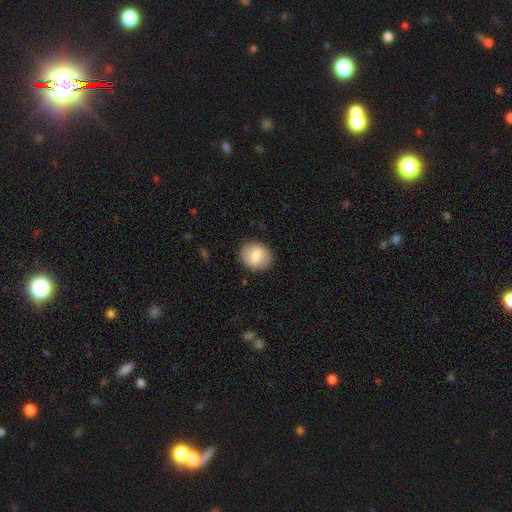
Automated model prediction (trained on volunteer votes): Smooth or featured? Predicted: smooth (p=0.75). How rounded? Predicted: round (p=0.63). Merging? Predicted: none (p=0.87).